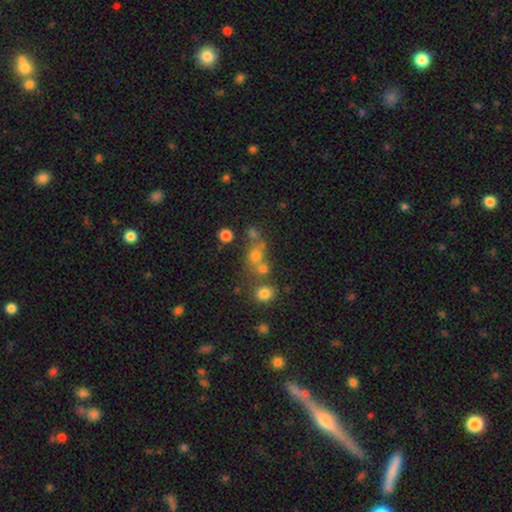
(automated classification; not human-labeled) Smooth or featured: smooth — 57% (star or artifact — 24%)
How rounded: round — 75% (in between — 24%)
Merging: none — 44% (merger — 39%)